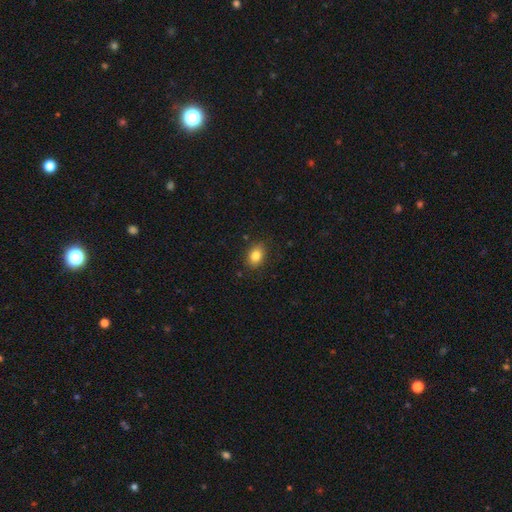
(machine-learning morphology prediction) smooth-or-featured: smooth: 84% | star or artifact: 9% | featured or disk: 7%
  how-rounded: in between: 72% | round: 27% | cigar-shaped: 1%
  merging: none: 85% | minor disturbance: 12% | major disturbance: 2% | merger: 1%